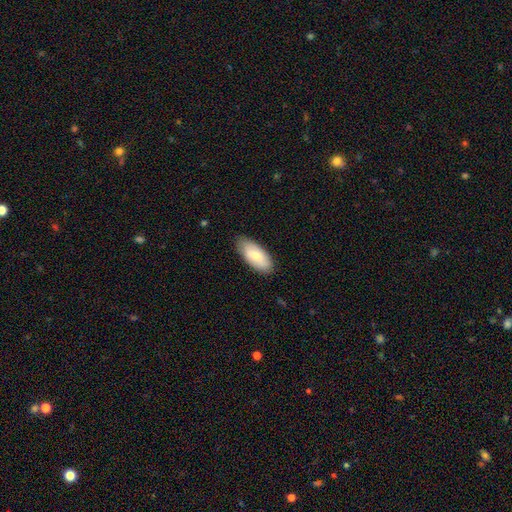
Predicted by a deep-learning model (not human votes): Smooth or featured? smooth (73%)
How rounded? in between (88%)
Merging? none (84%)